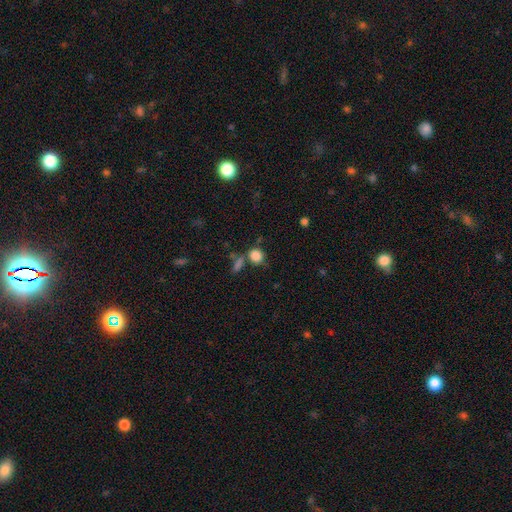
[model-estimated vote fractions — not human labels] Smooth or featured? smooth (84%)
How rounded? round (74%)
Merging? none (60%)